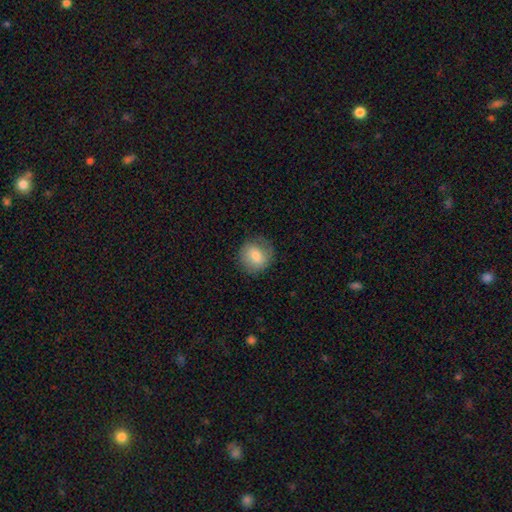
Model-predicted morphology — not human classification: smooth-or-featured: smooth: 75% | featured or disk: 17% | star or artifact: 8%
  how-rounded: round: 85% | in between: 14% | cigar-shaped: 1%
  merging: none: 81% | minor disturbance: 14% | major disturbance: 5% | merger: 1%